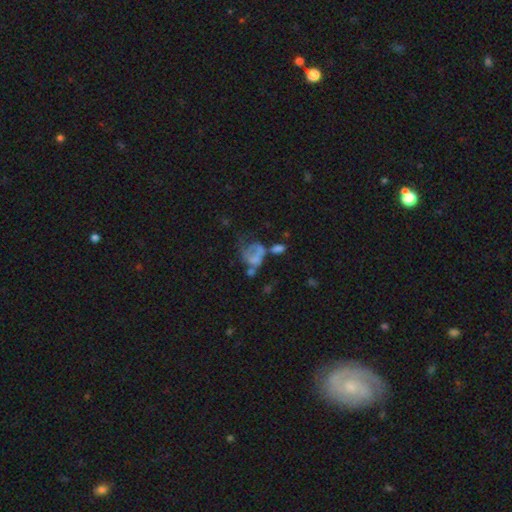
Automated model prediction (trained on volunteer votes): A smooth galaxy with no disk features (49%).

Vote fractions:
- Smooth or featured? smooth: 49% / featured or disk: 36% / star or artifact: 15%
- Merging? major disturbance: 38% / merger: 31% / none: 18% / minor disturbance: 14%